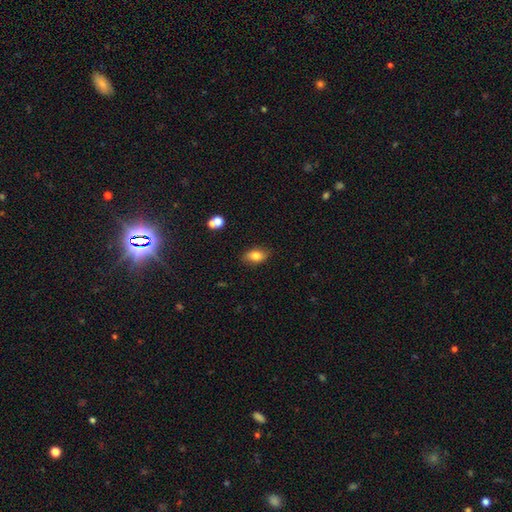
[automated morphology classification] smooth 79%, featured or disk 12%, star or artifact 9%. Down the decision tree: how rounded — in between (87%); merging — none (84%).